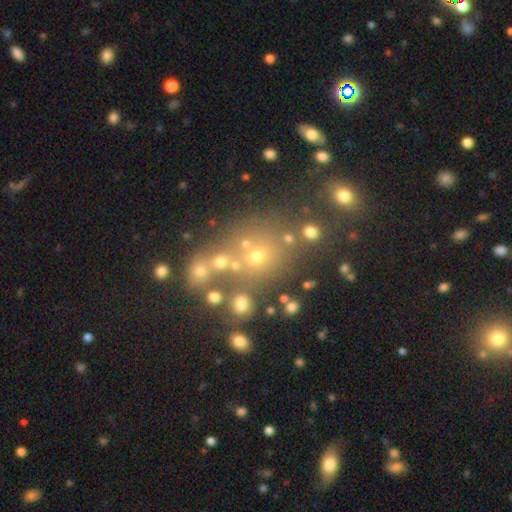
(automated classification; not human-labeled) Q: Smooth or featured?
A: star or artifact (52%); runner-up: smooth (29%)